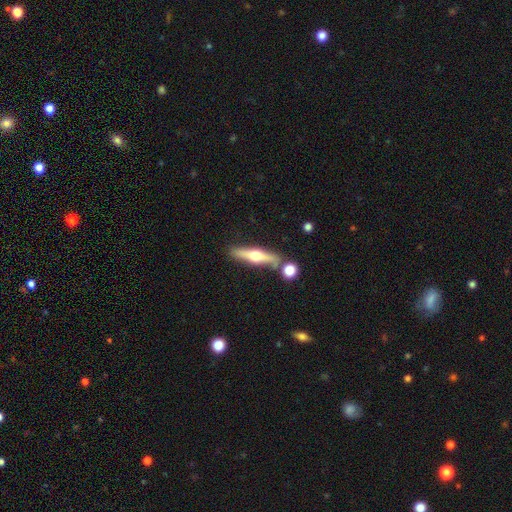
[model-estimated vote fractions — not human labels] A featured or disk galaxy (60%) viewed edge-on (94%) with a rounded central bulge (94%). Merging: none (75%).